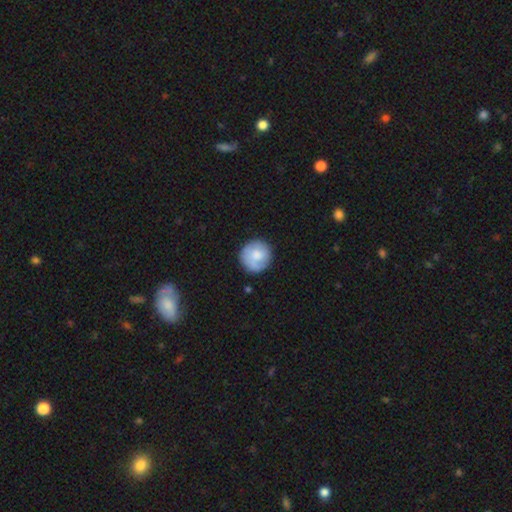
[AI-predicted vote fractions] Q: Smooth or featured?
A: smooth (64%); runner-up: featured or disk (30%)
Q: How rounded?
A: round (93%); runner-up: in between (7%)
Q: Merging?
A: none (78%); runner-up: minor disturbance (15%)